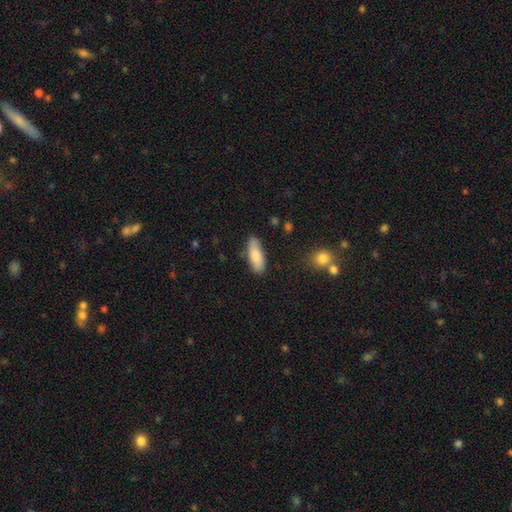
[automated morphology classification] A smooth galaxy with no disk features (82%) that is in between round and cigar-shaped (69%).

Vote fractions:
- Smooth or featured? smooth: 82% / featured or disk: 12% / star or artifact: 6%
- How rounded? in between: 69% / cigar-shaped: 29% / round: 2%
- Merging? none: 81% / minor disturbance: 15% / major disturbance: 3% / merger: 2%